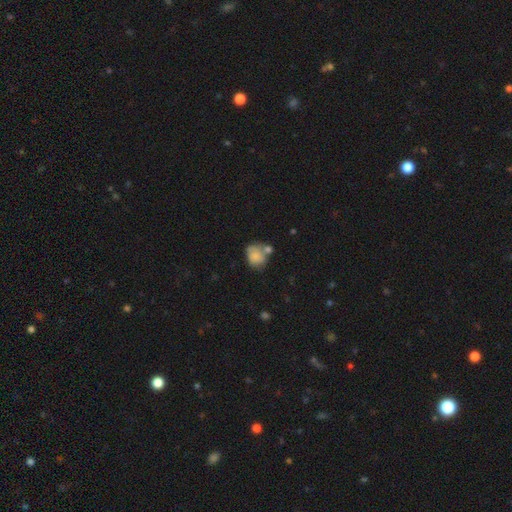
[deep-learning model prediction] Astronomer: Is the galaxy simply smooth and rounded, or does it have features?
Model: smooth — 77%.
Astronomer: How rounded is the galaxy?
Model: round — 55% (runner-up: in between, 44%).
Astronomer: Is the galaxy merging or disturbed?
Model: none — 41% (runner-up: merger, 28%).